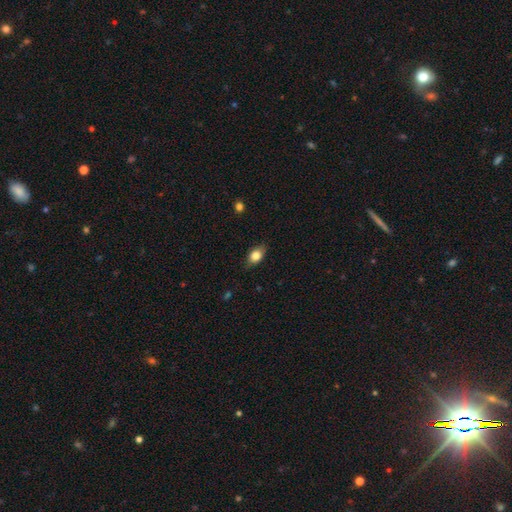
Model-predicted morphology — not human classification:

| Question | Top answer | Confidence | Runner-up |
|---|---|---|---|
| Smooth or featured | smooth | 82% | featured or disk (10%) |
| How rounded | in between | 80% | round (17%) |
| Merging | none | 81% | minor disturbance (15%) |